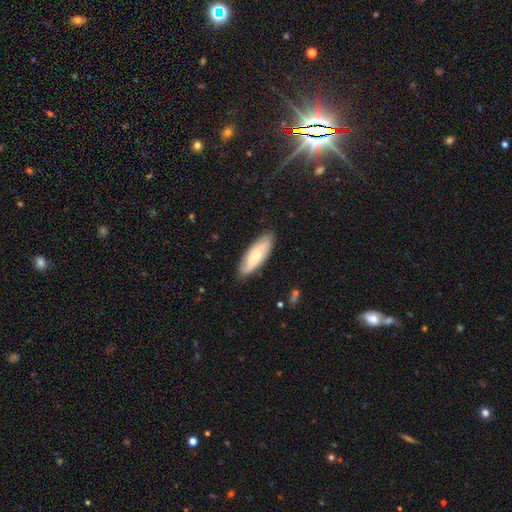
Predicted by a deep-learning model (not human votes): smooth 53%, featured or disk 41%, star or artifact 6%. Down the decision tree: how rounded — in between (61%); merging — none (85%).